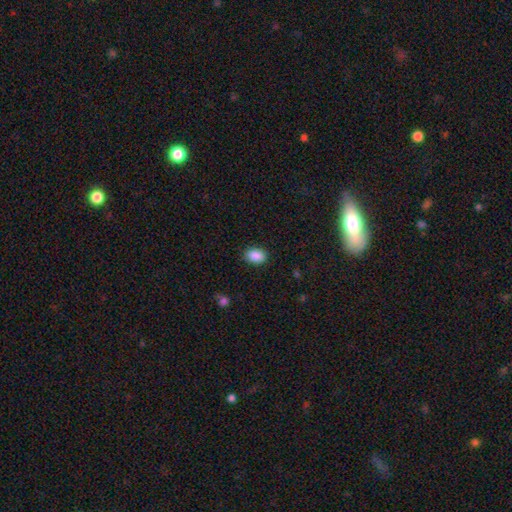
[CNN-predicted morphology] Smooth or featured: smooth — 89% (star or artifact — 8%)
How rounded: in between — 80% (round — 19%)
Merging: none — 87% (minor disturbance — 9%)